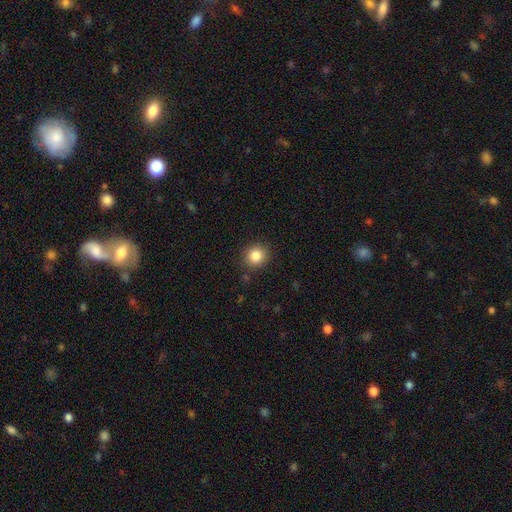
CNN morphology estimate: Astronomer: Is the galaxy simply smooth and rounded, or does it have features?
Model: smooth — 85%.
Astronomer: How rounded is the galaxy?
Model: round — 87%.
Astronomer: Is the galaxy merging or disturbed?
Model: none — 88%.